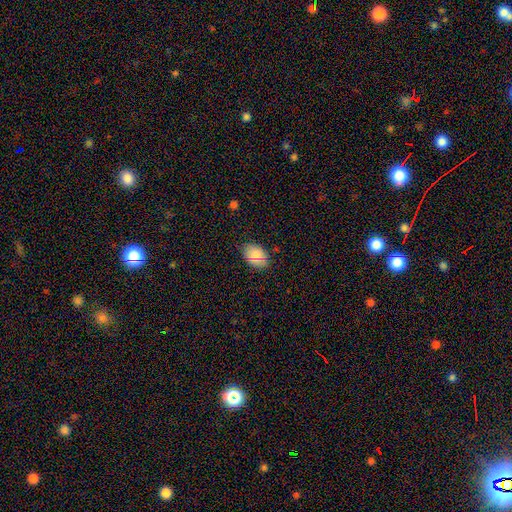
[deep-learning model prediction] smooth-or-featured: smooth: 82% | featured or disk: 10% | star or artifact: 7%
  how-rounded: in between: 83% | round: 15% | cigar-shaped: 1%
  merging: none: 78% | minor disturbance: 18% | major disturbance: 3% | merger: 1%